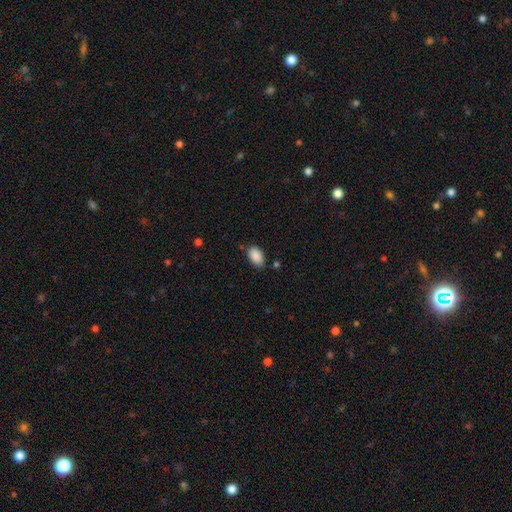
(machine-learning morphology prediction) smooth 90%, star or artifact 7%, featured or disk 3%. Down the decision tree: how rounded — in between (93%); merging — none (79%).